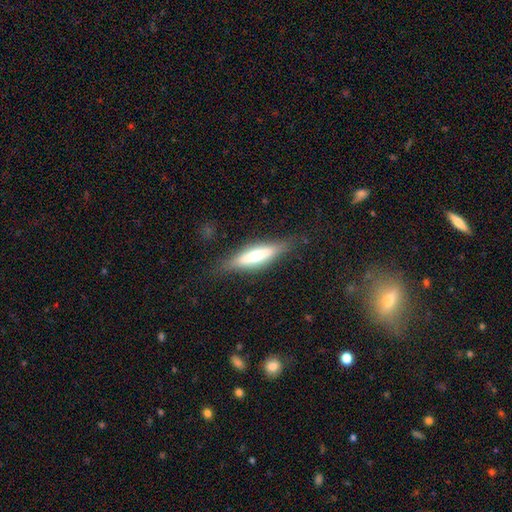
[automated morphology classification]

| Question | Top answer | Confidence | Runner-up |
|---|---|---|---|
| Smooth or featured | featured or disk | 48% | smooth (45%) |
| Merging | none | 81% | minor disturbance (13%) |